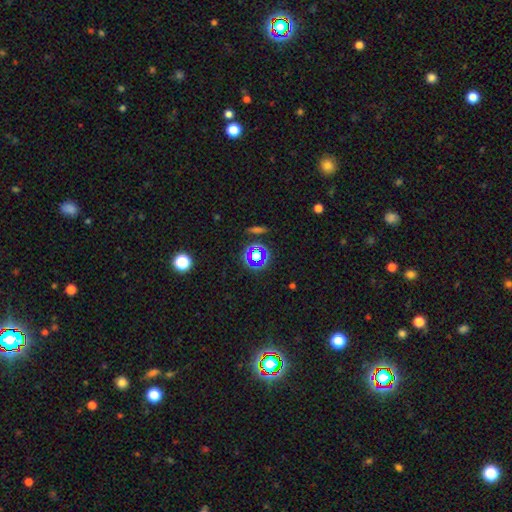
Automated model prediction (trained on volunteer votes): smooth-or-featured: star or artifact: 55% | smooth: 33% | featured or disk: 13%